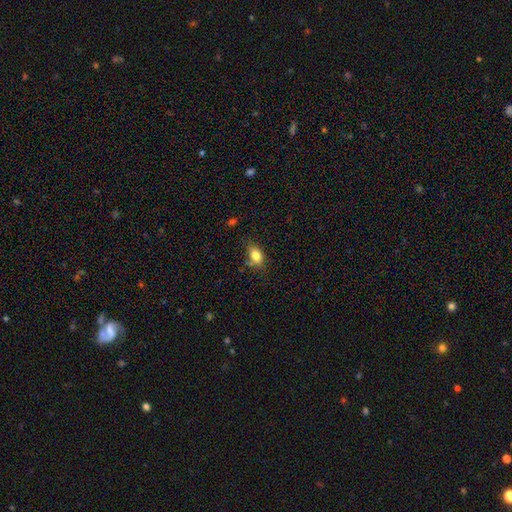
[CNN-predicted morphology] Q: Smooth or featured?
A: smooth (81%); runner-up: featured or disk (10%)
Q: How rounded?
A: in between (83%); runner-up: round (14%)
Q: Merging?
A: none (69%); runner-up: minor disturbance (21%)